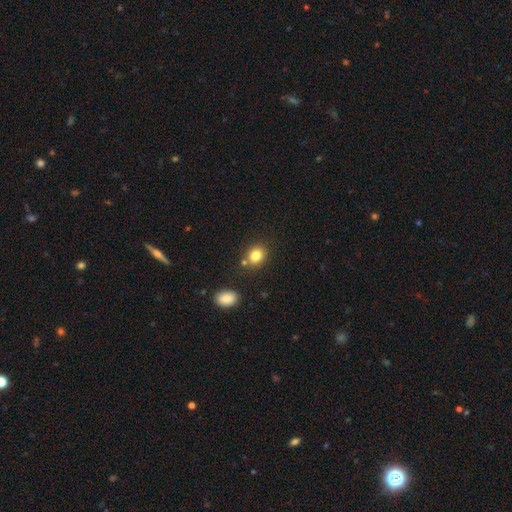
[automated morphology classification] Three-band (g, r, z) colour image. It shows a smooth galaxy with no disk features (82%) that is round (61%). Merging: none (75%).